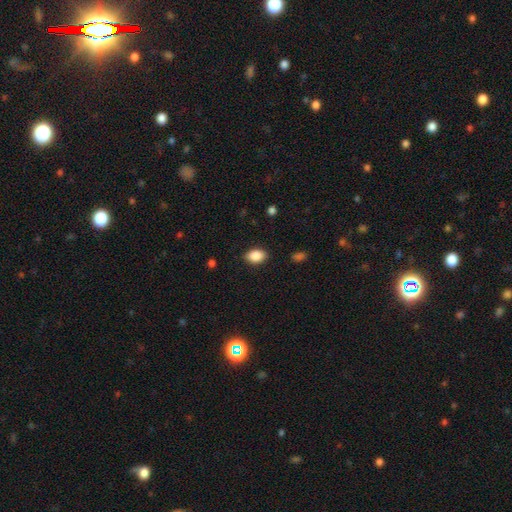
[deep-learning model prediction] Smooth or featured: smooth — 87% (star or artifact — 8%)
How rounded: in between — 85% (round — 13%)
Merging: none — 85% (minor disturbance — 11%)